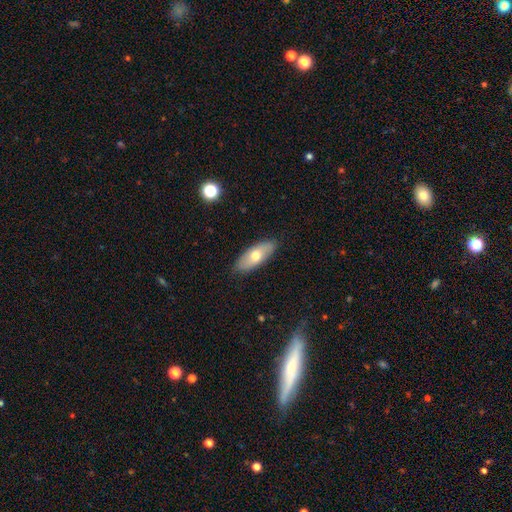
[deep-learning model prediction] Q: Smooth or featured?
A: smooth (63%); runner-up: featured or disk (31%)
Q: How rounded?
A: in between (81%); runner-up: cigar-shaped (16%)
Q: Merging?
A: none (86%); runner-up: minor disturbance (11%)